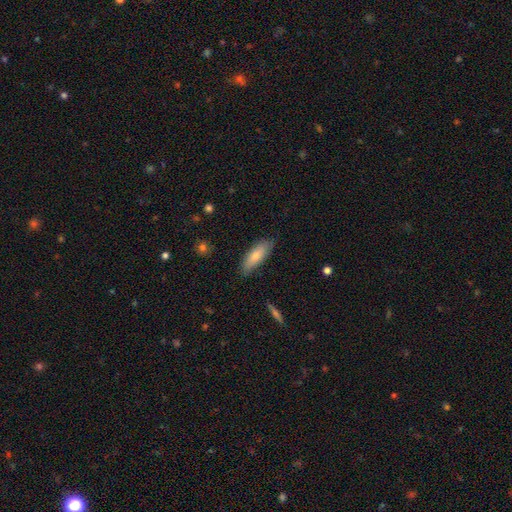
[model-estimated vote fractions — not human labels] Smooth or featured? Predicted: smooth (p=0.76). How rounded? Predicted: in between (p=0.61). Merging? Predicted: none (p=0.82).